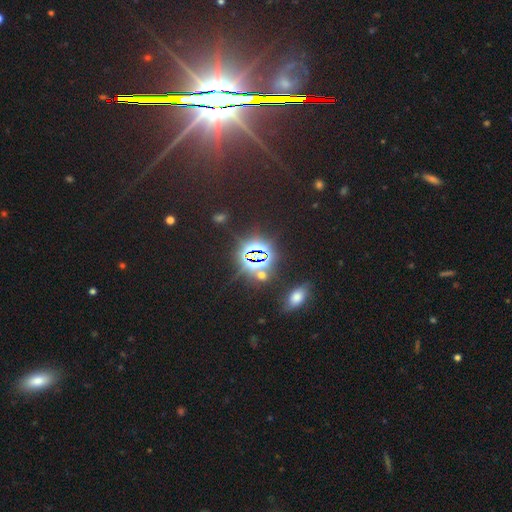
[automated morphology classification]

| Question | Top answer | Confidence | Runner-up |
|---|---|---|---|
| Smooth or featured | star or artifact | 78% | smooth (14%) |